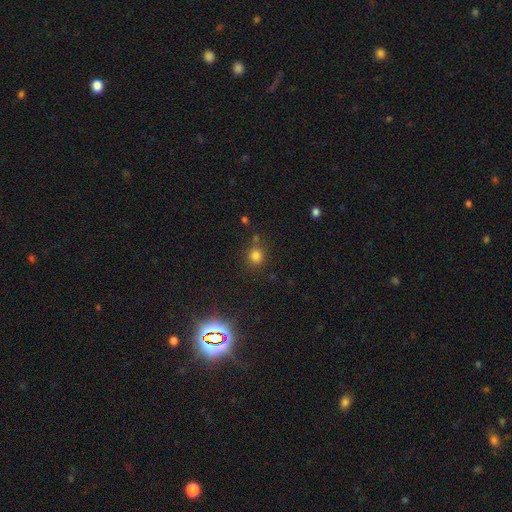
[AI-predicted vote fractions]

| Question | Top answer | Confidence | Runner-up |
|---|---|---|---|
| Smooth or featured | smooth | 76% | star or artifact (18%) |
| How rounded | round | 84% | in between (15%) |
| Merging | none | 74% | minor disturbance (13%) |